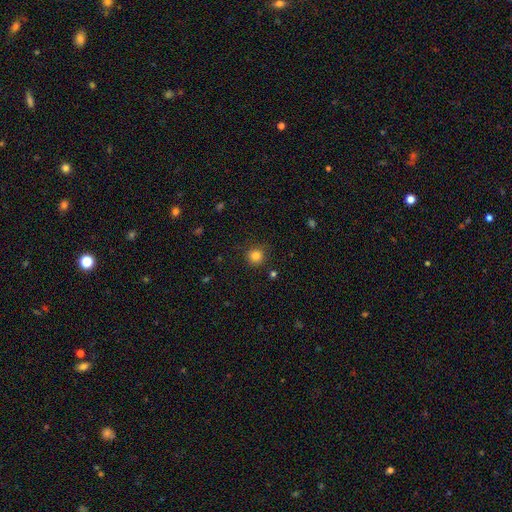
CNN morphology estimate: smooth 84%, star or artifact 12%, featured or disk 4%. Down the decision tree: how rounded — round (92%); merging — none (85%).